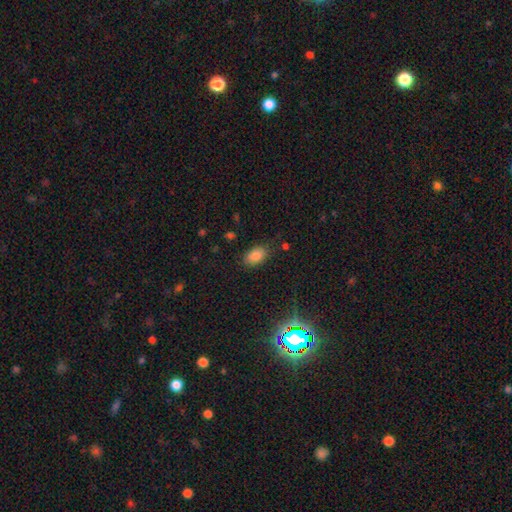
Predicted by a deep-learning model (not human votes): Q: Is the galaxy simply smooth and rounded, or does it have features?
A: smooth — 82%.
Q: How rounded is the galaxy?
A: in between — 90%.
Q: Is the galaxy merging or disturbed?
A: none — 80%.